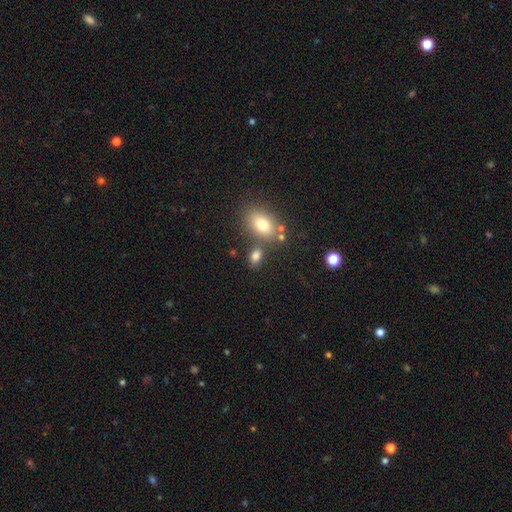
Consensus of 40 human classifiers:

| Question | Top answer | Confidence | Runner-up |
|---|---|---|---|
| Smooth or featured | smooth | 82% | star or artifact (10%) |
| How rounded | in between | 79% | round (21%) |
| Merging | none | 67% | minor disturbance (25%) |